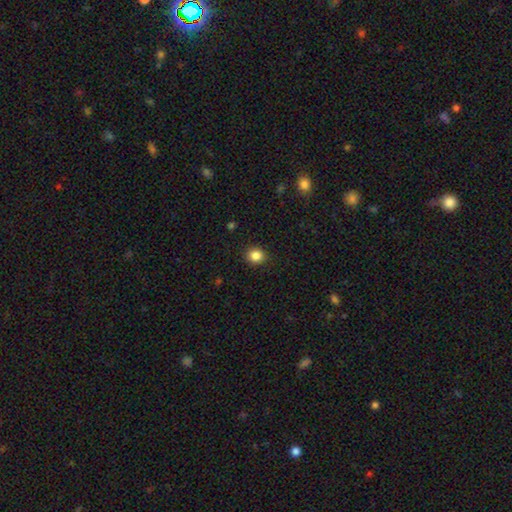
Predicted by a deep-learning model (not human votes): Overall: smooth (85%). How rounded: round (83%). Merging: none (91%).